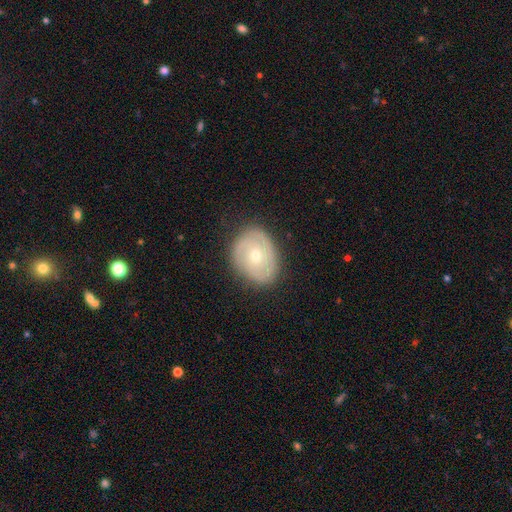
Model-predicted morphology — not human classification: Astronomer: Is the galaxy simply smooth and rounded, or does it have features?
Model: featured or disk — 66%.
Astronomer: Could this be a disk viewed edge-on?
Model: no — 96%.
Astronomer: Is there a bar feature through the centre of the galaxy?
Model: no — 71%.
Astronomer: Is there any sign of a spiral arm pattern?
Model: yes — 79%.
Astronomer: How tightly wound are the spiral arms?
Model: tight — 59%.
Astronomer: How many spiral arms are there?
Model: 2 — 48% (runner-up: can't tell, 29%).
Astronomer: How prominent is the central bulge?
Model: small — 52% (runner-up: moderate, 45%).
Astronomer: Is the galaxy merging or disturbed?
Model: none — 79%.